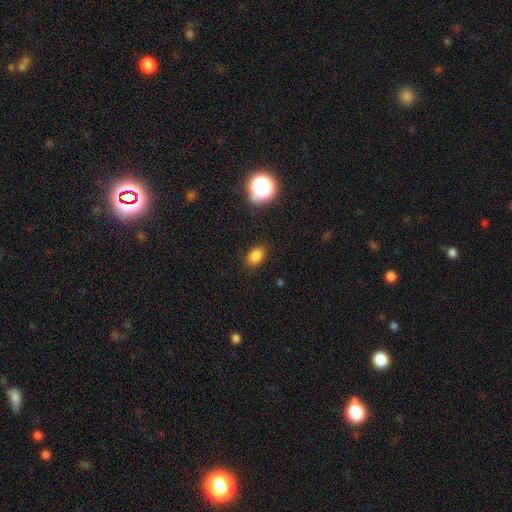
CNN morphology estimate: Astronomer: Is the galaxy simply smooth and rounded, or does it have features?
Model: smooth — 81%.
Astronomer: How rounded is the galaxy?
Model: in between — 80%.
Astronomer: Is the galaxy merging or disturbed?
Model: none — 86%.